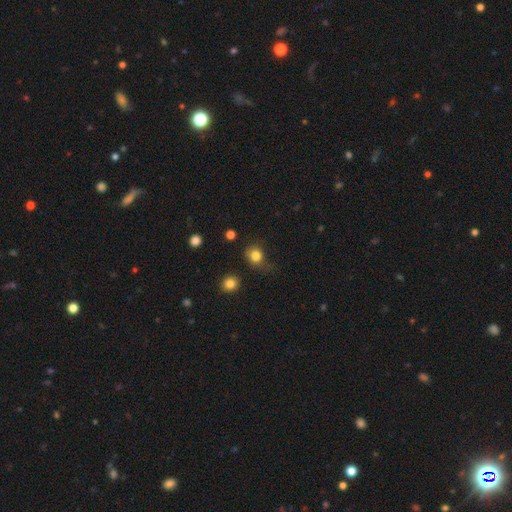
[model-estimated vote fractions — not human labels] Q: Smooth or featured?
A: smooth (82%); runner-up: star or artifact (12%)
Q: How rounded?
A: round (76%); runner-up: in between (23%)
Q: Merging?
A: none (60%); runner-up: minor disturbance (25%)